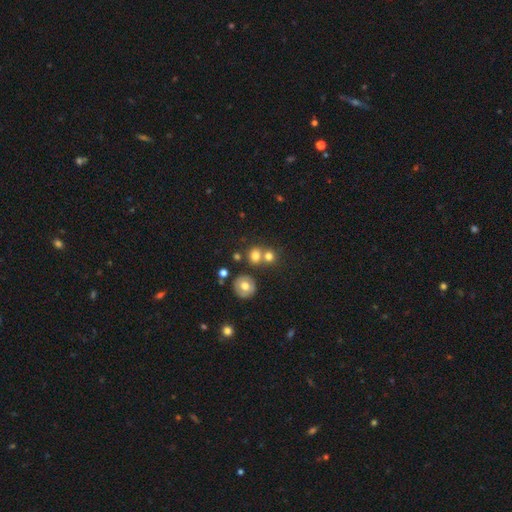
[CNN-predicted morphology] Smooth or featured? smooth (74%)
How rounded? round (79%)
Merging? none (54%)